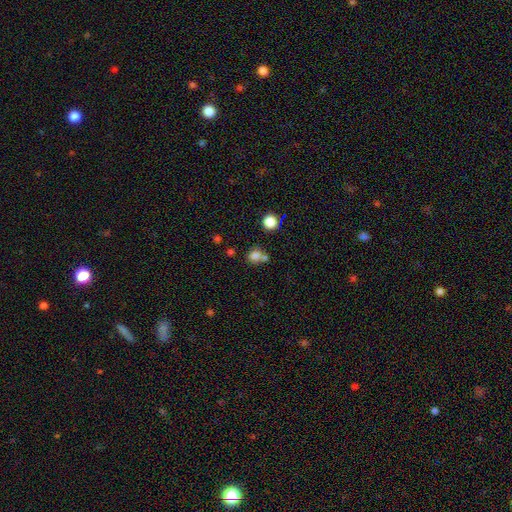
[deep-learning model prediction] A smooth galaxy with no disk features (77%) that is round (75%). Merging: none (52%).